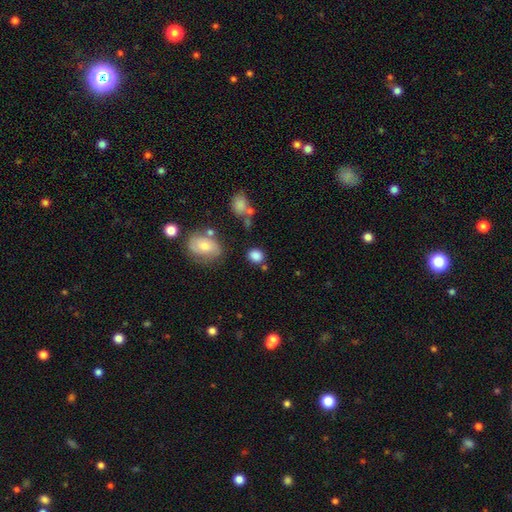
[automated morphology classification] This is clearly a smooth galaxy (83%). How rounded: possibly round (59%). Merging: likely none (71%).